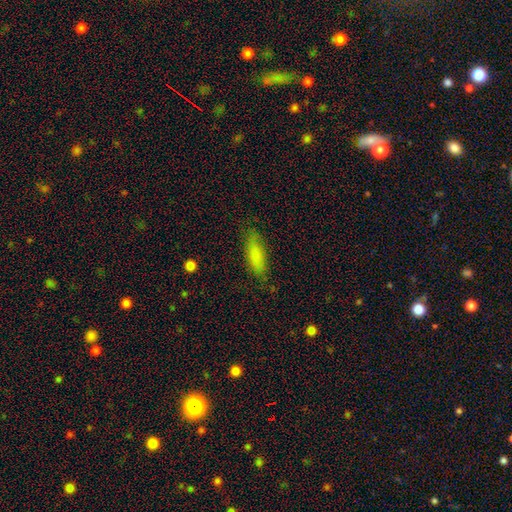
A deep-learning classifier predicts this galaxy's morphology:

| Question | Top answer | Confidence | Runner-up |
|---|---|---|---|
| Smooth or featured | smooth | 82% | featured or disk (10%) |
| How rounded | in between | 54% | cigar-shaped (44%) |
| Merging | none | 79% | minor disturbance (15%) |